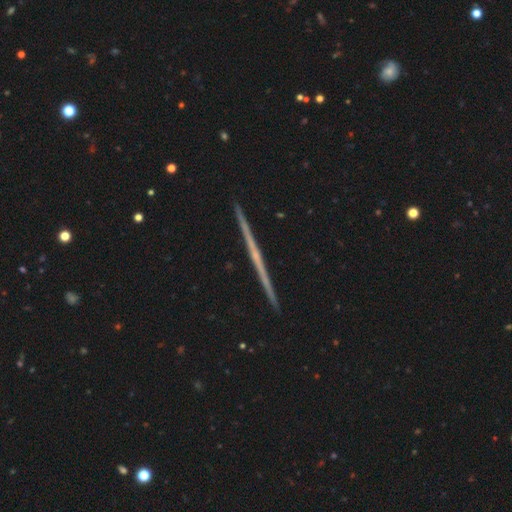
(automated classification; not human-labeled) smooth-or-featured: featured or disk: 75% | smooth: 18% | star or artifact: 7%
  disk-edge-on: yes: 98% | no: 2%
    edge-on-bulge: none: 76% | rounded: 19% | boxy: 5%
  merging: none: 92% | minor disturbance: 5% | merger: 1% | major disturbance: 1%